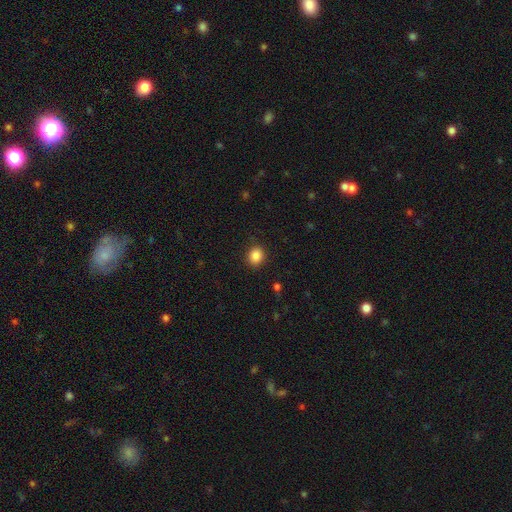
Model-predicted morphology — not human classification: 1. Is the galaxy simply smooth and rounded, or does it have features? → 87% smooth, 10% star or artifact, 3% featured or disk.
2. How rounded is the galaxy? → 74% round, 26% in between, 1% cigar-shaped.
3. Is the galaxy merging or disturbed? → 89% none, 7% minor disturbance, 2% major disturbance, 1% merger.